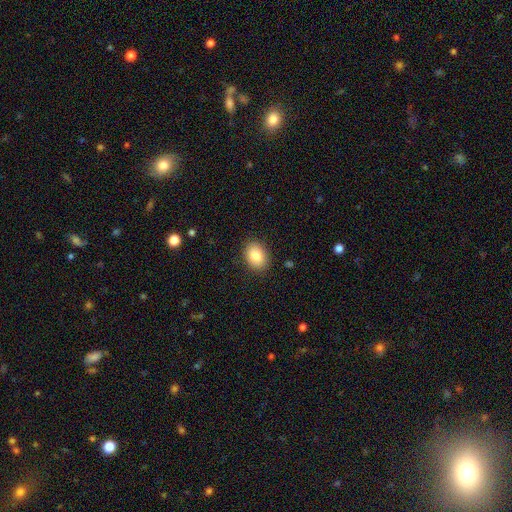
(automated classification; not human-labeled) Smooth or featured: smooth — 84% (star or artifact — 8%)
How rounded: in between — 63% (round — 36%)
Merging: none — 88% (minor disturbance — 9%)